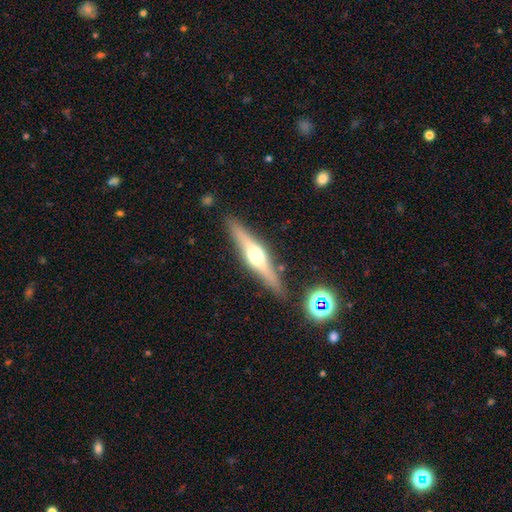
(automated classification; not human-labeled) This is likely a featured or disk galaxy (68%). It is clearly viewed edge-on (96%). Edge-on bulge: clearly rounded (93%). Merging: clearly none (86%).